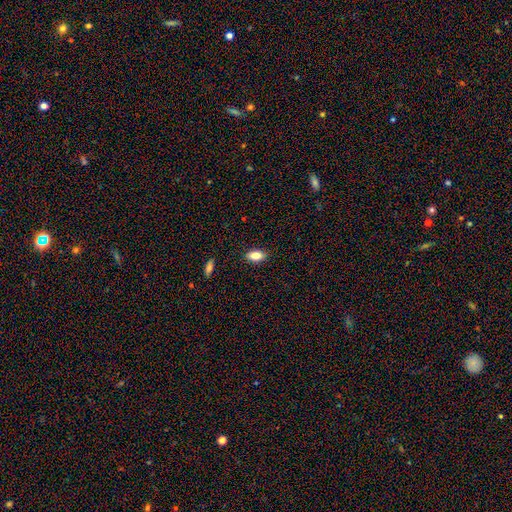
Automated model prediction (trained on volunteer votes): This is clearly a smooth galaxy (81%). How rounded: clearly in between (88%). Merging: clearly none (89%).